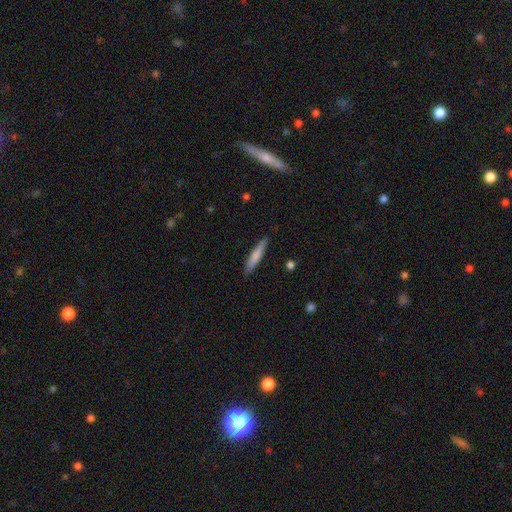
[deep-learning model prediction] Smooth or featured?
  - smooth: 74% *
  - featured or disk: 21%
  - star or artifact: 5%
How rounded?
  - cigar-shaped: 91% *
  - in between: 8%
  - round: 1%
Merging?
  - none: 87% *
  - minor disturbance: 10%
  - major disturbance: 2%
  - merger: 1%